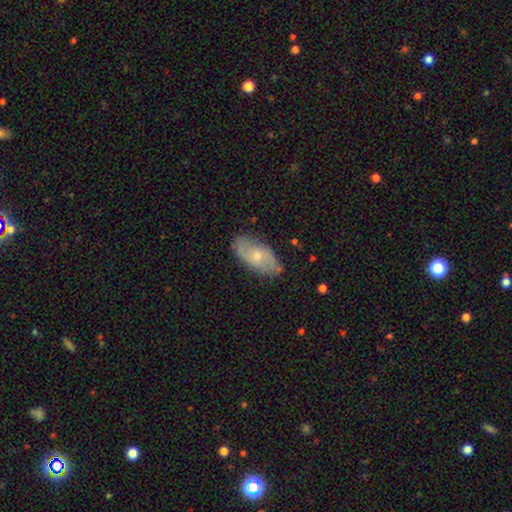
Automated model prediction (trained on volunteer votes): Q: Smooth or featured?
A: featured or disk (52%); runner-up: smooth (42%)
Q: Edge-on disk?
A: no (91%); runner-up: yes (9%)
Q: Merging?
A: none (80%); runner-up: minor disturbance (16%)